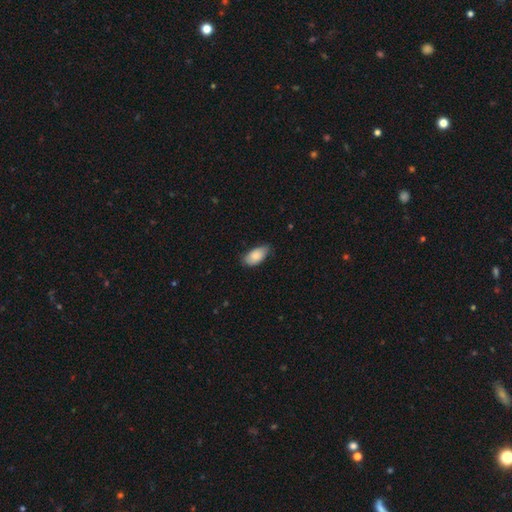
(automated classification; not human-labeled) smooth-or-featured: smooth: 85% | featured or disk: 9% | star or artifact: 6%
  how-rounded: in between: 94% | cigar-shaped: 4% | round: 3%
  merging: none: 67% | minor disturbance: 28% | major disturbance: 3% | merger: 1%